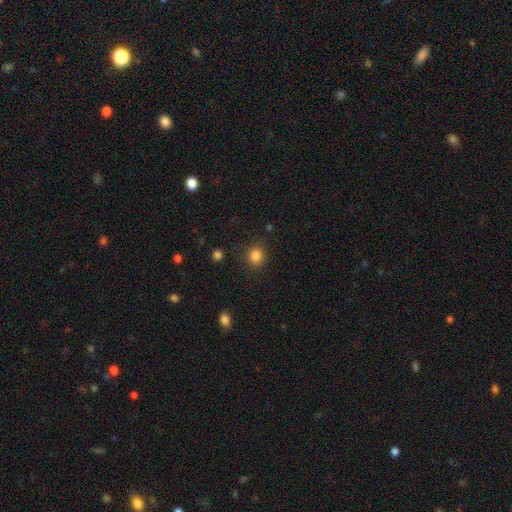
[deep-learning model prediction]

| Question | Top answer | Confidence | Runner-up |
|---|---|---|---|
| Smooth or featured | smooth | 84% | star or artifact (12%) |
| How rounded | round | 78% | in between (21%) |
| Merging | none | 86% | minor disturbance (9%) |